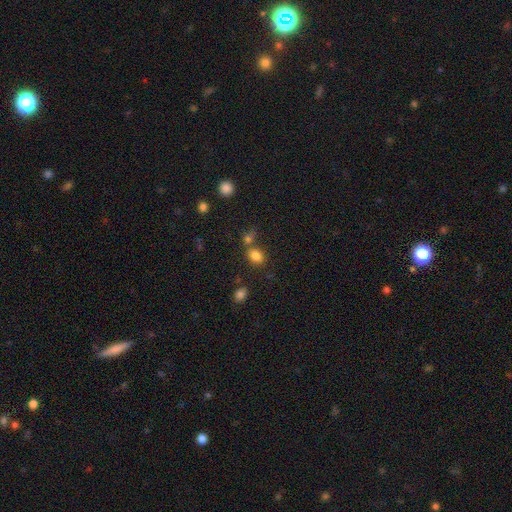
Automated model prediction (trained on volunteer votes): smooth-or-featured: smooth: 82% | star or artifact: 12% | featured or disk: 7%
  how-rounded: in between: 70% | round: 29% | cigar-shaped: 1%
  merging: none: 55% | merger: 28% | minor disturbance: 12% | major disturbance: 5%